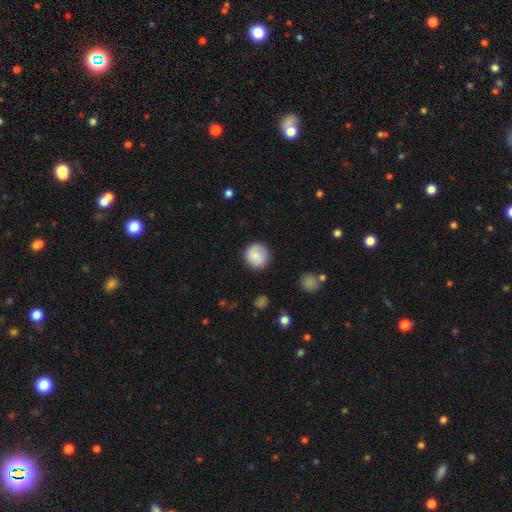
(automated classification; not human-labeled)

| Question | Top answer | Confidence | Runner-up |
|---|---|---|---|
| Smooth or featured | smooth | 80% | featured or disk (13%) |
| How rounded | round | 93% | in between (6%) |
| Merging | none | 85% | minor disturbance (11%) |